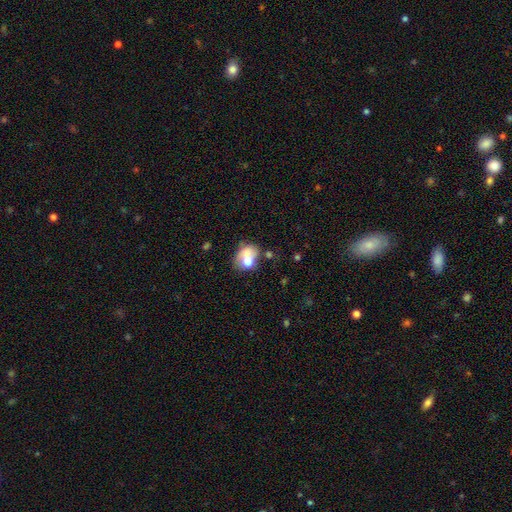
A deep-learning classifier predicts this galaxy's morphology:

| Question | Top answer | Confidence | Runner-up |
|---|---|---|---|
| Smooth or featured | smooth | 52% | star or artifact (33%) |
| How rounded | round | 56% | in between (40%) |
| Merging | none | 63% | merger (16%) |